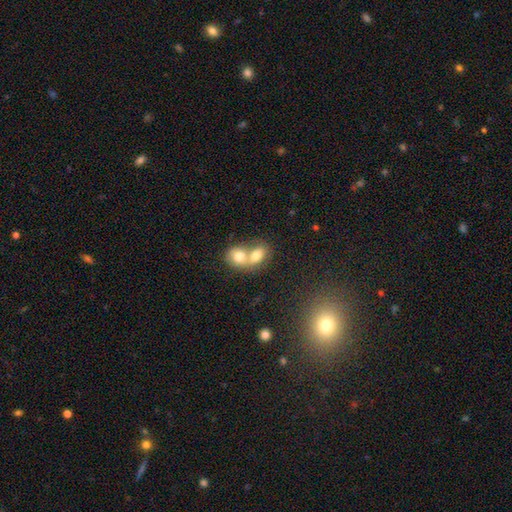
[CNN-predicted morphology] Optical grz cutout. It shows a smooth galaxy with no disk features (72%) that is in between round and cigar-shaped (60%). Merging: merger (77%).